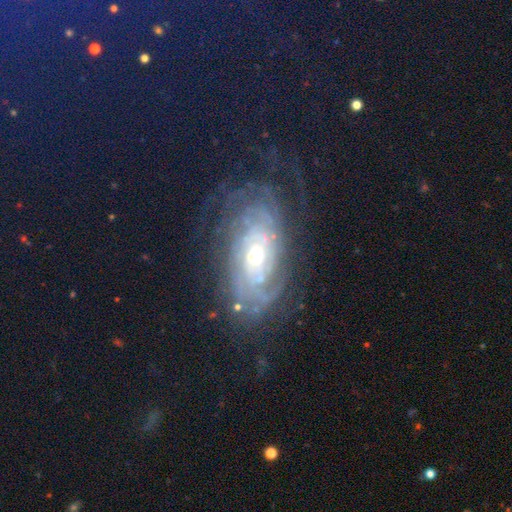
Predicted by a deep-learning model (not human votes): smooth_or_featured: featured or disk (p=0.83) [alt: star or artifact p=0.09]
disk_edge_on: no (p=0.93) [alt: yes p=0.07]
bar: no (p=0.65) [alt: weak p=0.26]
has_spiral_arms: yes (p=0.94) [alt: no p=0.06]
spiral_winding: tight (p=0.75) [alt: medium p=0.20]
spiral_arm_count: can't tell (p=0.44) [alt: 2 p=0.13]
bulge_size: moderate (p=0.63) [alt: small p=0.27]
merging: none (p=0.71) [alt: minor disturbance p=0.17]